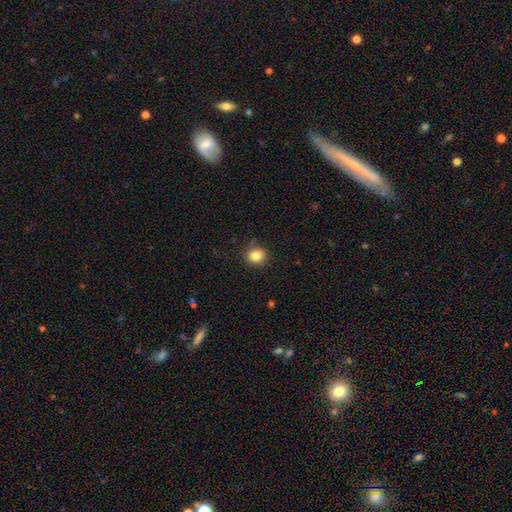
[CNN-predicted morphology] Smooth or featured? Predicted: smooth (p=0.83). How rounded? Predicted: round (p=0.78). Merging? Predicted: none (p=0.80).